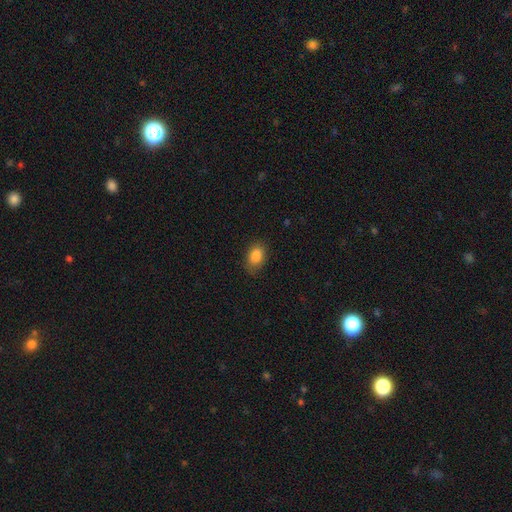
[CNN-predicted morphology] Smooth or featured?
  - smooth: 86% *
  - star or artifact: 9%
  - featured or disk: 6%
How rounded?
  - in between: 79% *
  - round: 19%
  - cigar-shaped: 1%
Merging?
  - none: 80% *
  - minor disturbance: 15%
  - major disturbance: 3%
  - merger: 1%